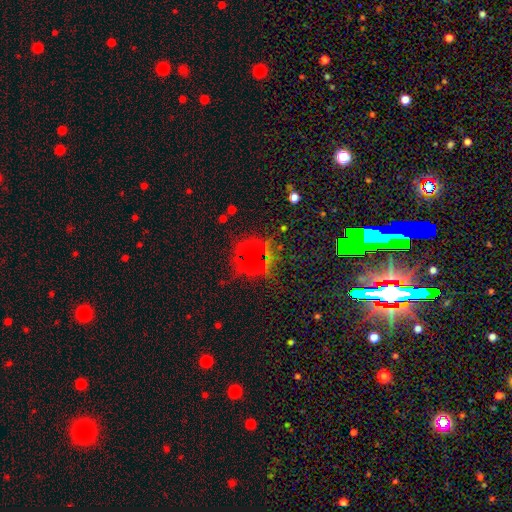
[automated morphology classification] This appears to be a star or artifact, not a galaxy (52%).